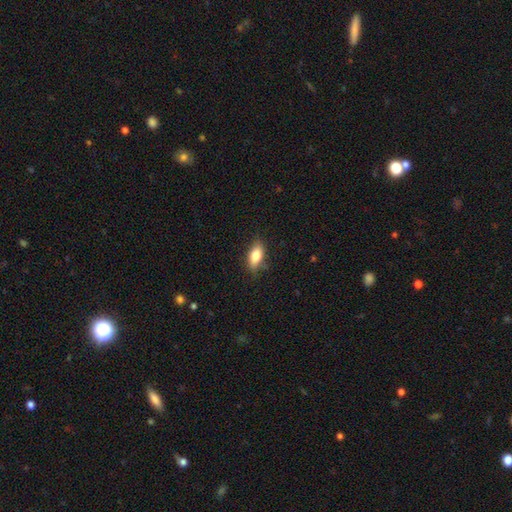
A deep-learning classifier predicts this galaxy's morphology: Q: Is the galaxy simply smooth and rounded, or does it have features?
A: smooth — 79%.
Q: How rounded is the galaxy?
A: in between — 83%.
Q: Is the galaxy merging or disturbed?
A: none — 79%.